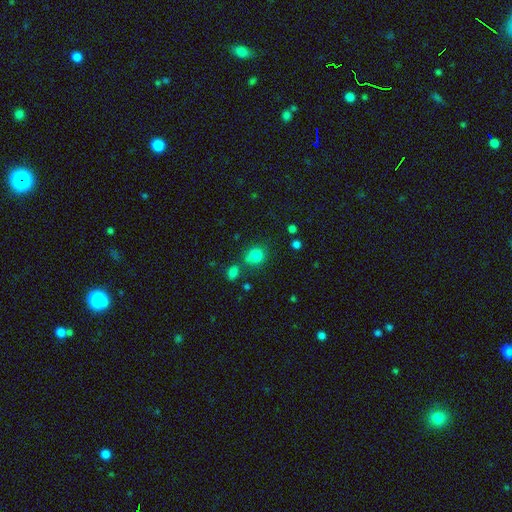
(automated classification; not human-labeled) Morphology: type=smooth (82%); roundness=round (78%); merging=none (66%).